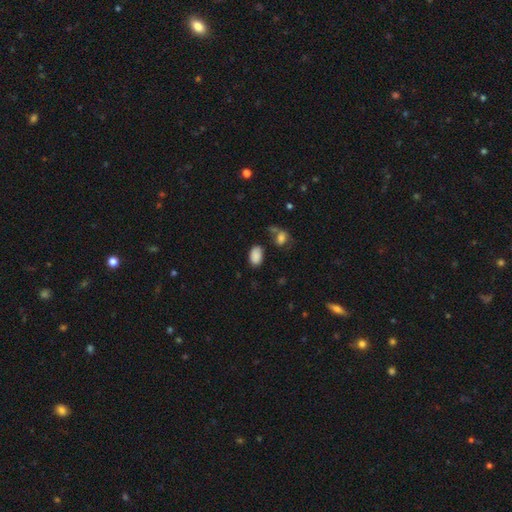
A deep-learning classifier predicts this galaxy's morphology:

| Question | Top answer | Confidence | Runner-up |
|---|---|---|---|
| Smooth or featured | smooth | 87% | star or artifact (9%) |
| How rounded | in between | 91% | round (8%) |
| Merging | none | 75% | minor disturbance (15%) |